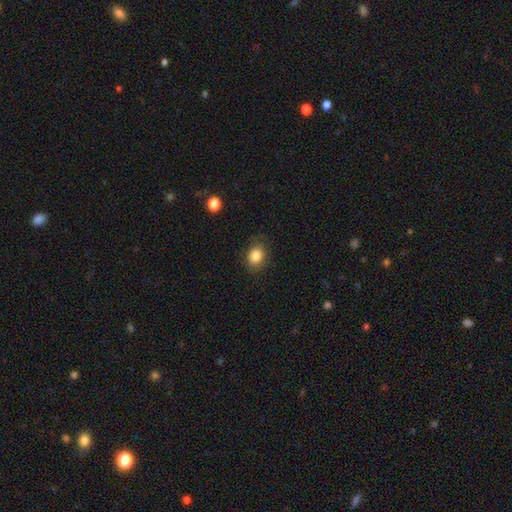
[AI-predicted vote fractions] smooth_or_featured: smooth (p=0.84) [alt: star or artifact p=0.10]
how_rounded: in between (p=0.55) [alt: round p=0.44]
merging: none (p=0.82) [alt: minor disturbance p=0.13]